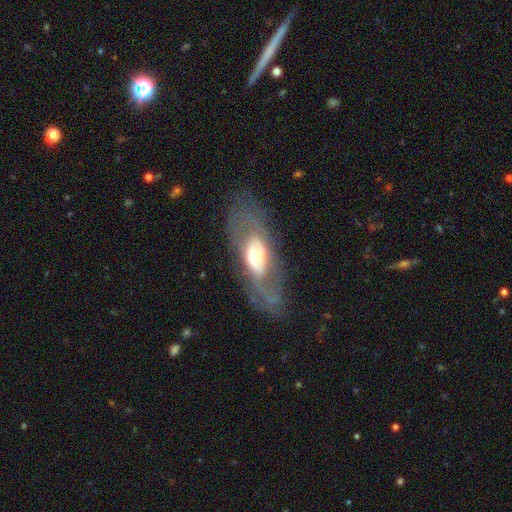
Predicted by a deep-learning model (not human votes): Overall: featured or disk (67%). Edge-on disk: no (83%). Bar: no (65%). Spiral arms: yes (59%; no 41%). Bulge size: moderate (51%; small 28%). Merging: none (67%).